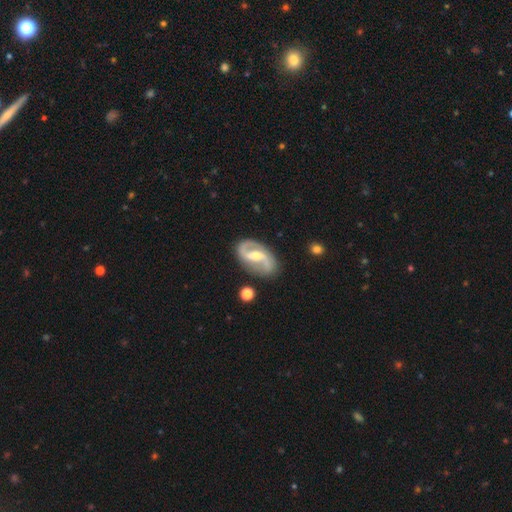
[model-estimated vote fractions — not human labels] Smooth or featured: featured or disk — 90% (smooth — 6%)
Edge-on disk: no — 97% (yes — 3%)
Bar: weak — 42% (strong — 34%)
Spiral arms: yes — 97% (no — 3%)
Spiral winding: medium — 50% (loose — 35%)
Spiral arm count: 2 — 93% (can't tell — 2%)
Bulge size: moderate — 56% (small — 38%)
Merging: none — 82% (minor disturbance — 12%)